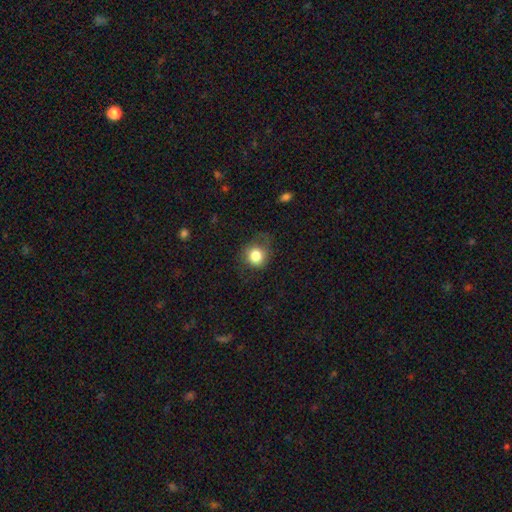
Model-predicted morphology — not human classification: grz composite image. It shows a smooth galaxy with no disk features (81%) that is round (79%). Merging: none (58%).